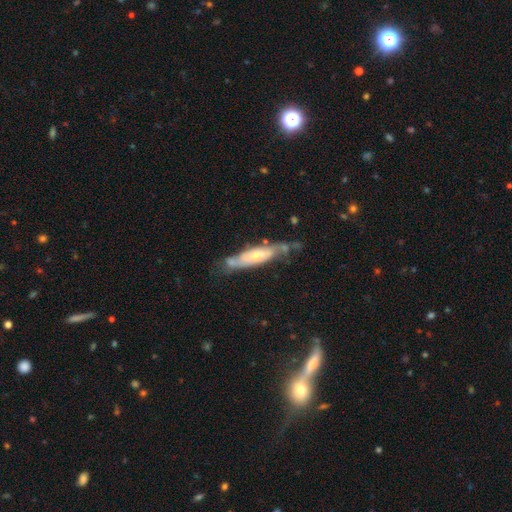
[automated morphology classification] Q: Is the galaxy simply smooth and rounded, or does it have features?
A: featured or disk — 56%.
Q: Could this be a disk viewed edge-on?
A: no — 51%.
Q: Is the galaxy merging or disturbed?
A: none — 53%.